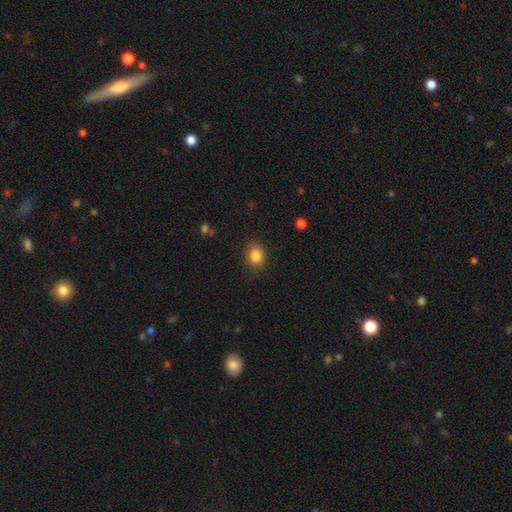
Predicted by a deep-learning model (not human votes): smooth-or-featured: smooth: 84% | star or artifact: 10% | featured or disk: 6%
  how-rounded: round: 60% | in between: 39% | cigar-shaped: 1%
  merging: none: 87% | minor disturbance: 9% | major disturbance: 2% | merger: 1%